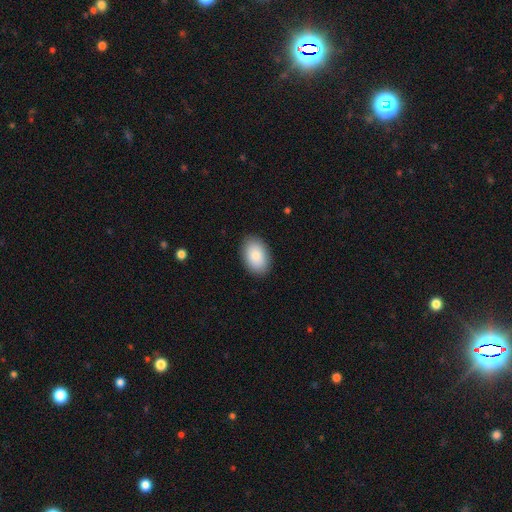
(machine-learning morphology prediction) Smooth or featured? Predicted: smooth (p=0.86). How rounded? Predicted: in between (p=0.90). Merging? Predicted: none (p=0.89).